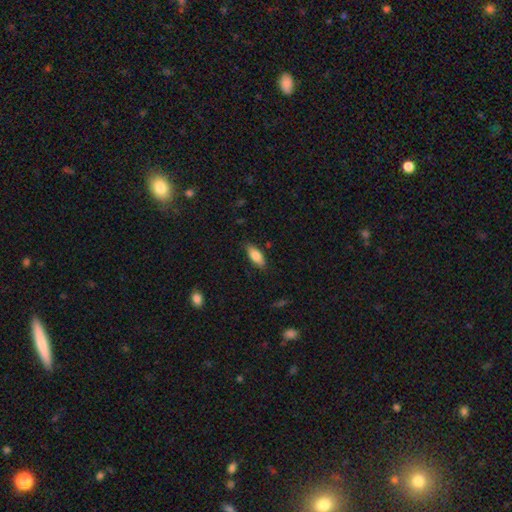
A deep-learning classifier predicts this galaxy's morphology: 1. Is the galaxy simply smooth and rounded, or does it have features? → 81% smooth, 13% featured or disk, 6% star or artifact.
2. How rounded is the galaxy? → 75% in between, 23% cigar-shaped, 2% round.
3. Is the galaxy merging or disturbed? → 84% none, 12% minor disturbance, 2% major disturbance, 1% merger.